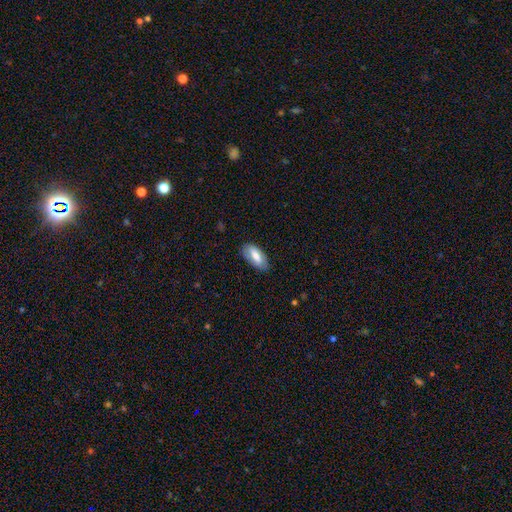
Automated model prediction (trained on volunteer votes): Overall: smooth (70%). How rounded: in between (86%). Merging: none (81%).